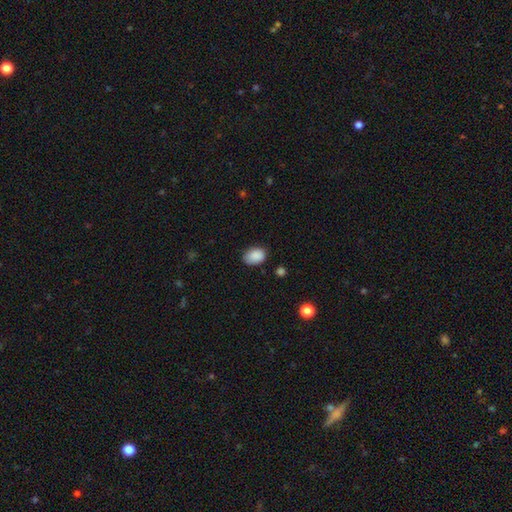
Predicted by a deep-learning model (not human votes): Overall: smooth (88%). How rounded: in between (76%). Merging: none (76%).